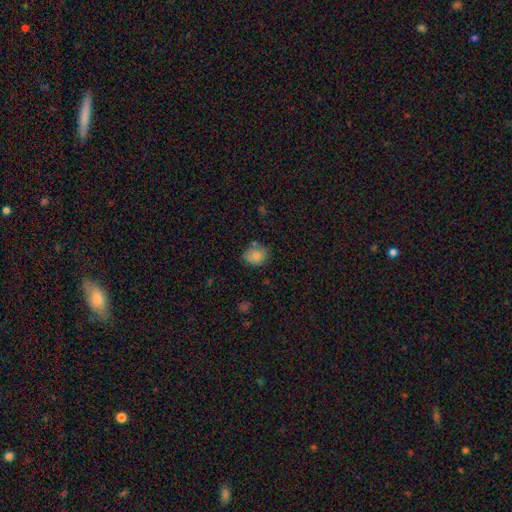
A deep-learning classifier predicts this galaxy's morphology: Smooth or featured? Predicted: smooth (p=0.83). How rounded? Predicted: round (p=0.61). Merging? Predicted: none (p=0.68).